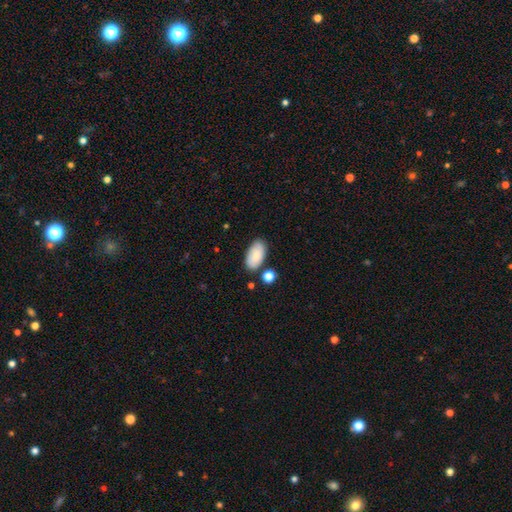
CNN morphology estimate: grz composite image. It shows a smooth galaxy with no disk features (82%) that is in between round and cigar-shaped (95%). Merging: none (77%).